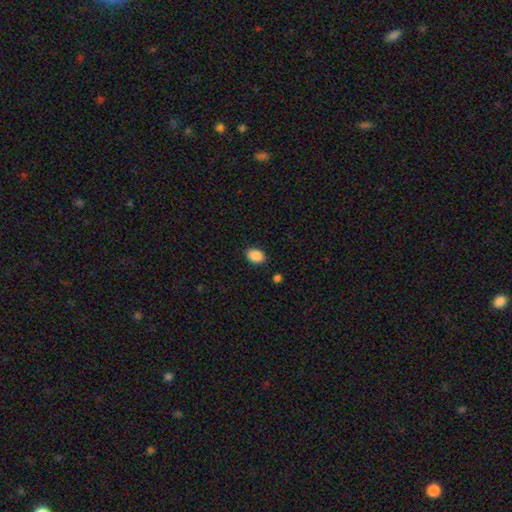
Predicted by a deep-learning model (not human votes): Smooth or featured?
  - smooth: 88% *
  - star or artifact: 8%
  - featured or disk: 4%
How rounded?
  - in between: 79% *
  - round: 20%
  - cigar-shaped: 1%
Merging?
  - none: 88% *
  - minor disturbance: 9%
  - major disturbance: 2%
  - merger: 2%